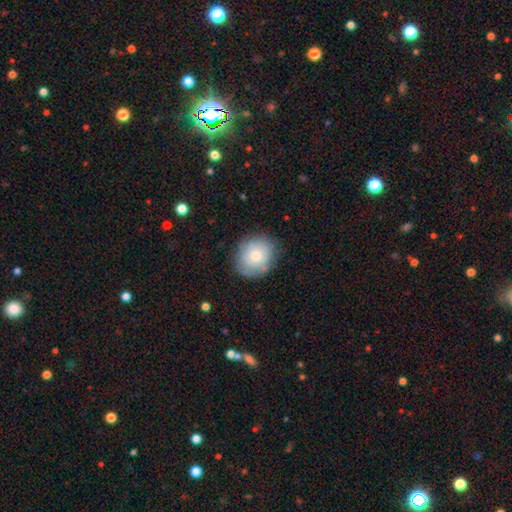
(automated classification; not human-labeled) Smooth or featured? smooth (71%)
How rounded? round (69%)
Merging? none (78%)